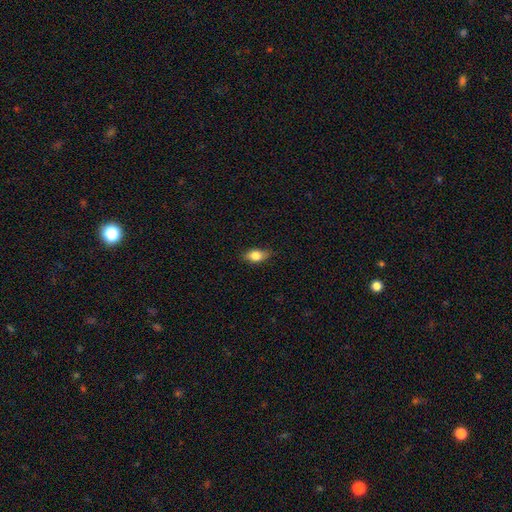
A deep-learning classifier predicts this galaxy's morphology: Q: Smooth or featured?
A: smooth (78%); runner-up: featured or disk (13%)
Q: How rounded?
A: in between (81%); runner-up: round (12%)
Q: Merging?
A: none (80%); runner-up: minor disturbance (16%)